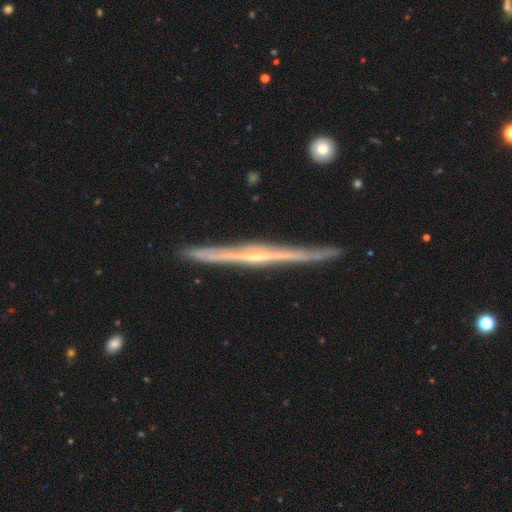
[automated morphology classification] This is clearly a featured or disk galaxy (84%). It is clearly viewed edge-on (98%). Edge-on bulge: possibly rounded (50%). Merging: clearly none (90%).